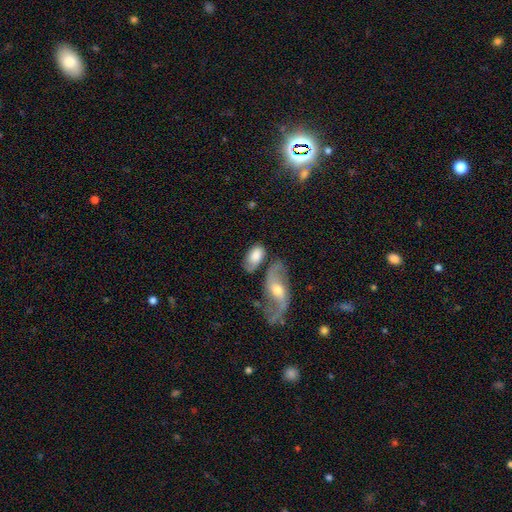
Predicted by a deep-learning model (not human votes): Smooth or featured? smooth (67%)
How rounded? in between (93%)
Merging? none (45%)